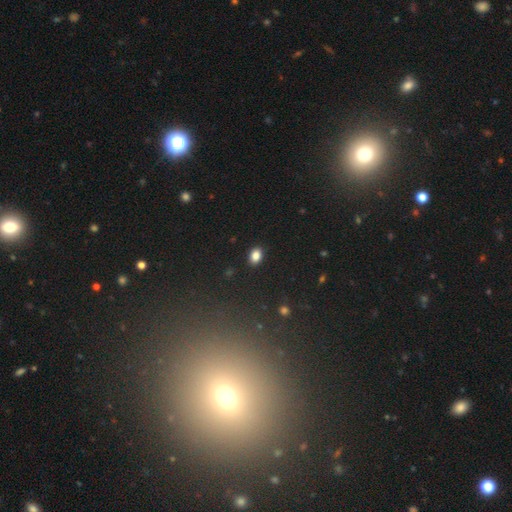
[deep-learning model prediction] smooth_or_featured: smooth (p=0.85) [alt: star or artifact p=0.10]
how_rounded: in between (p=0.71) [alt: round p=0.27]
merging: none (p=0.89) [alt: minor disturbance p=0.08]